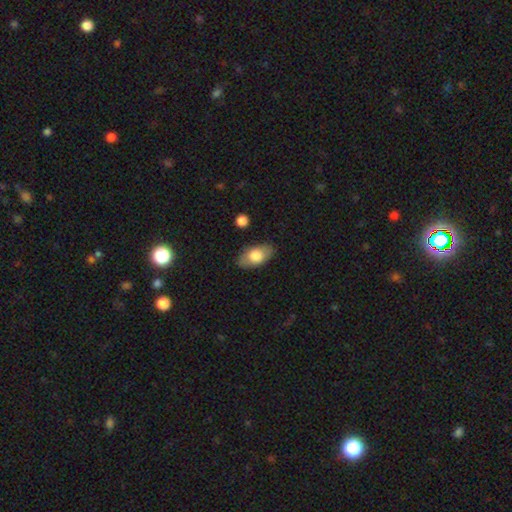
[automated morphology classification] smooth-or-featured: smooth: 73% | featured or disk: 21% | star or artifact: 6%
  how-rounded: in between: 91% | round: 6% | cigar-shaped: 3%
  merging: none: 83% | minor disturbance: 13% | major disturbance: 3% | merger: 2%